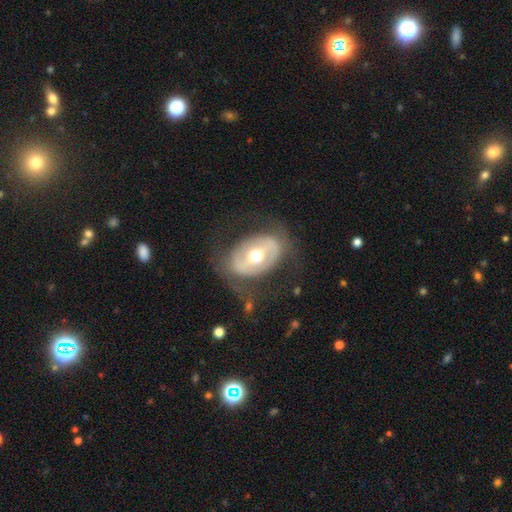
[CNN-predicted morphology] This appears to be a featured or disk galaxy (66%) with no bar (39%), no spiral arms (65%) and a moderate central bulge (73%). Merging: none (67%).